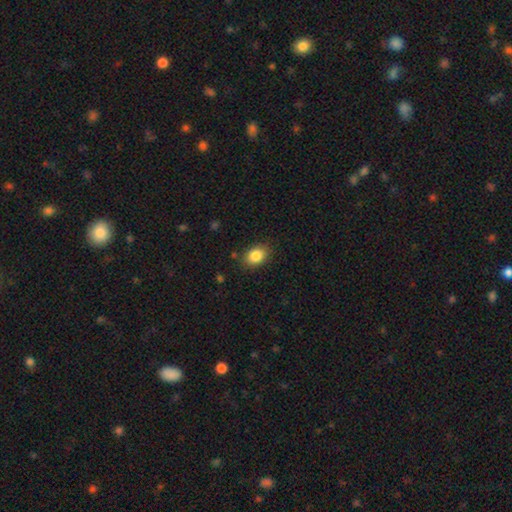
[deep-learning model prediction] A smooth galaxy with no disk features (86%) that is in between round and cigar-shaped (68%). Merging: none (84%).